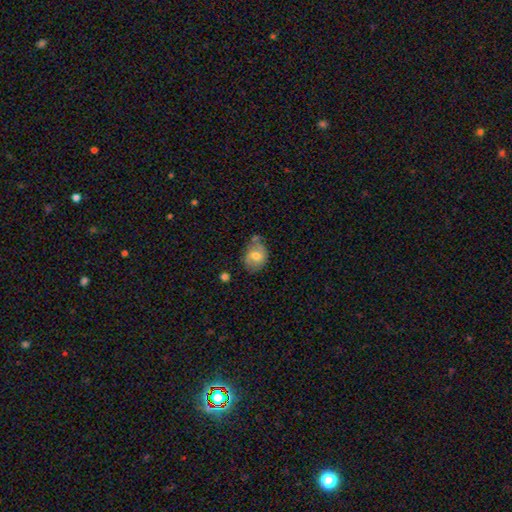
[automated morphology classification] Smooth or featured: smooth — 63% (featured or disk — 29%)
How rounded: in between — 61% (round — 37%)
Merging: none — 54% (minor disturbance — 29%)